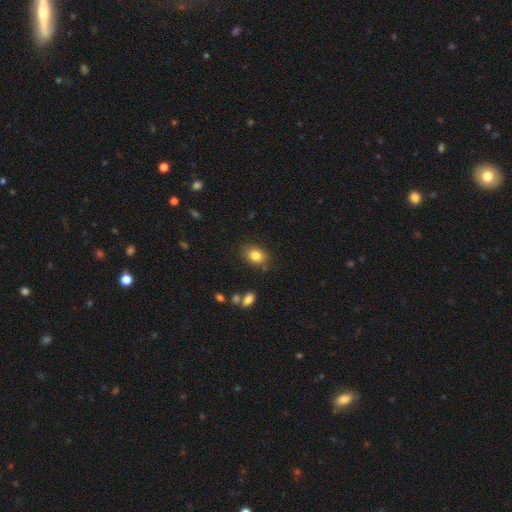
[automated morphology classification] A smooth galaxy with no disk features (83%) that is in between round and cigar-shaped (67%).

Vote fractions:
- Smooth or featured? smooth: 83% / star or artifact: 10% / featured or disk: 8%
- How rounded? in between: 67% / round: 32% / cigar-shaped: 1%
- Merging? none: 80% / minor disturbance: 14% / major disturbance: 3% / merger: 3%